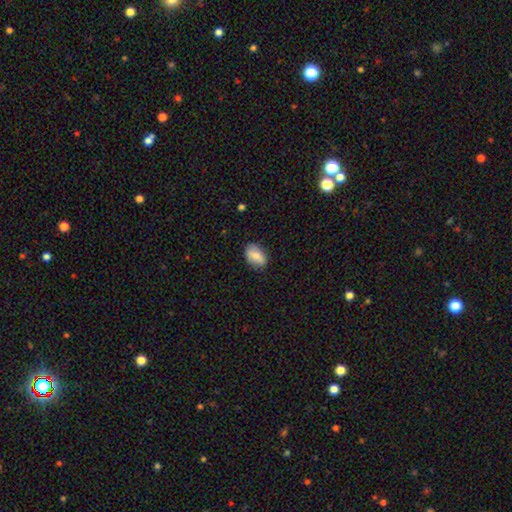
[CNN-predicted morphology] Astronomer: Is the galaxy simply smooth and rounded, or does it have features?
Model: smooth — 76%.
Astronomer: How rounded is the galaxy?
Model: in between — 86%.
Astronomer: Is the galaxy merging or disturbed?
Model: none — 80%.